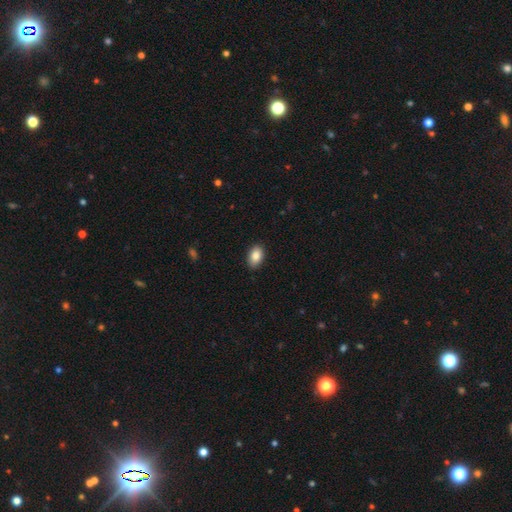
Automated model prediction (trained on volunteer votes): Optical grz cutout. It shows a smooth galaxy with no disk features (87%) that is in between round and cigar-shaped (89%). Merging: none (89%).